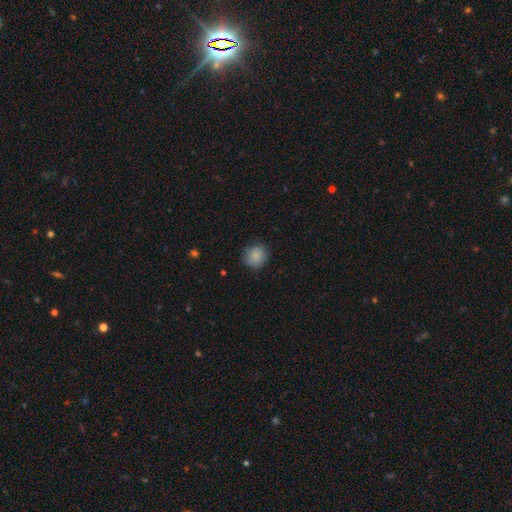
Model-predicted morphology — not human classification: type=smooth (87%); roundness=round (82%); merging=none (81%).